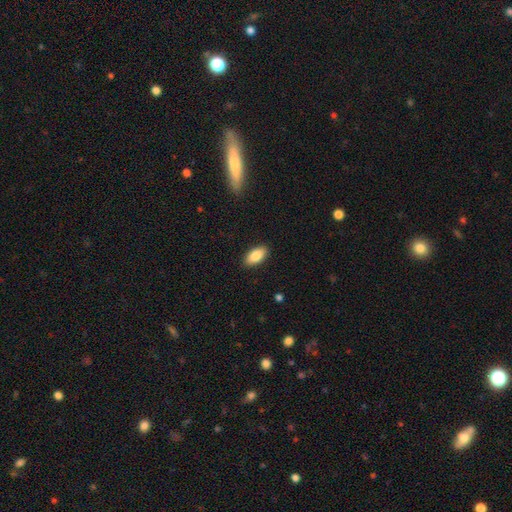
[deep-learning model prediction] A smooth galaxy with no disk features (86%) that is in between round and cigar-shaped (91%). Merging: none (89%).